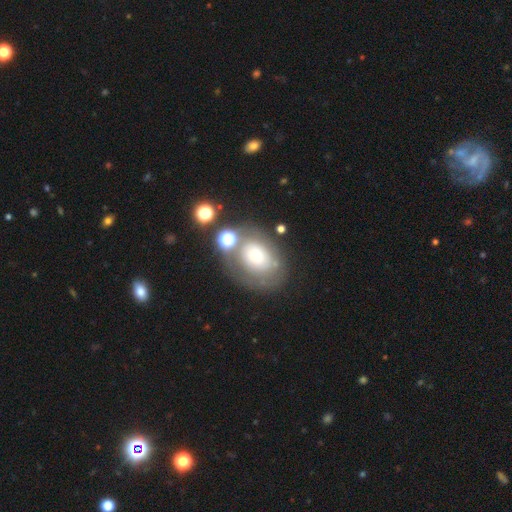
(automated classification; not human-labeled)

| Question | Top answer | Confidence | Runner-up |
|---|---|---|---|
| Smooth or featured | smooth | 49% | featured or disk (39%) |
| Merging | none | 58% | minor disturbance (18%) |